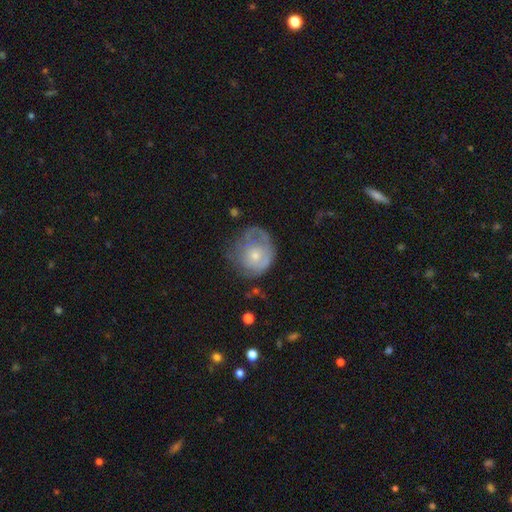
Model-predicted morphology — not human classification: Smooth or featured? featured or disk (50%)
Edge-on disk? no (97%)
Merging? none (42%)